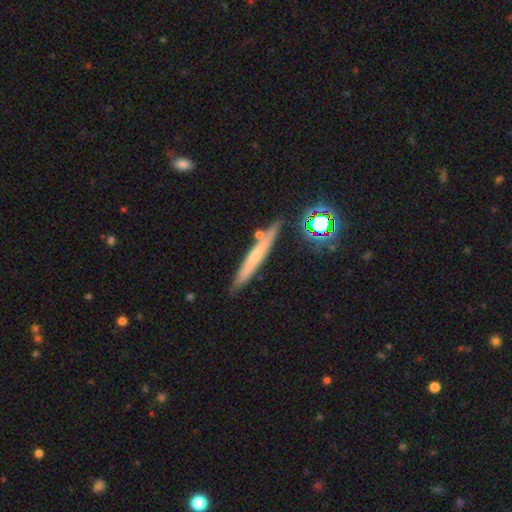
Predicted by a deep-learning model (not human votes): This is possibly a smooth galaxy (47%). Merging: clearly none (81%).